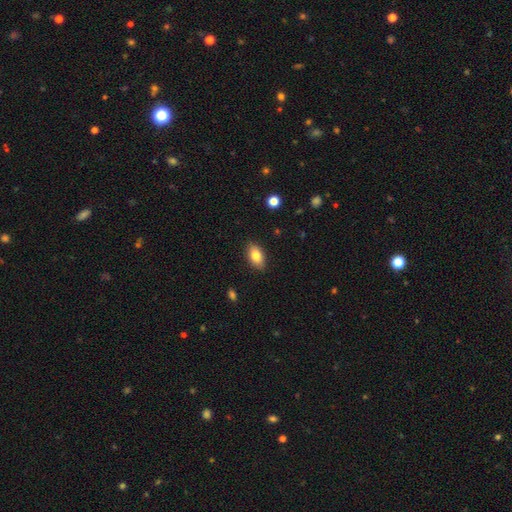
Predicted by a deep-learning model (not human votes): Smooth or featured? Predicted: smooth (p=0.80). How rounded? Predicted: in between (p=0.89). Merging? Predicted: none (p=0.87).